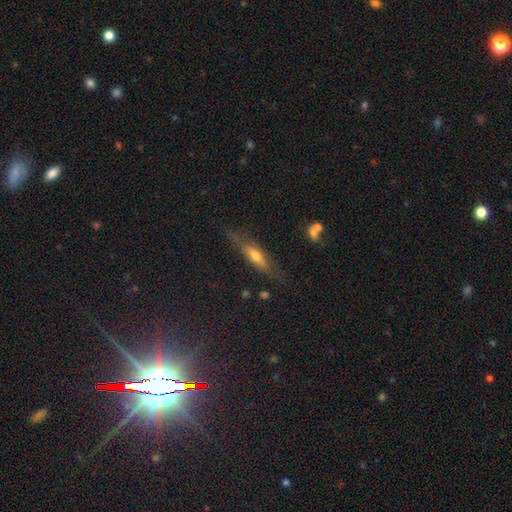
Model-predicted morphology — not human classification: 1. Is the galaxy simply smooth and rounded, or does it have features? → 51% featured or disk, 41% smooth, 8% star or artifact.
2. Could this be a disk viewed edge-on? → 84% yes, 16% no.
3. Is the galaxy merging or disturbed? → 74% none, 17% minor disturbance, 6% major disturbance, 2% merger.